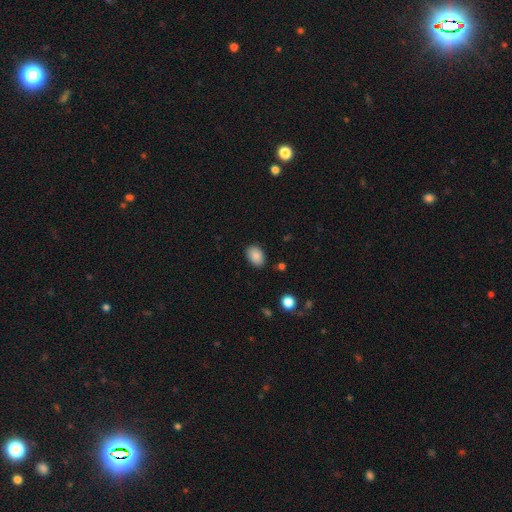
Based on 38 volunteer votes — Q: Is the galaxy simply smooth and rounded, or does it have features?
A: smooth — 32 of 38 (84%).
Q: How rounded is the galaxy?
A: in between — 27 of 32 (84%).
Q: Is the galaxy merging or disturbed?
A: none — 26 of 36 (72%).